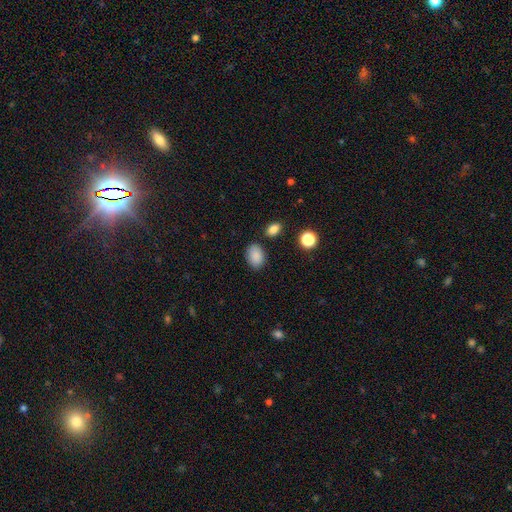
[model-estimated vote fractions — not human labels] smooth 87%, star or artifact 8%, featured or disk 4%. Down the decision tree: how rounded — in between (81%); merging — none (81%).